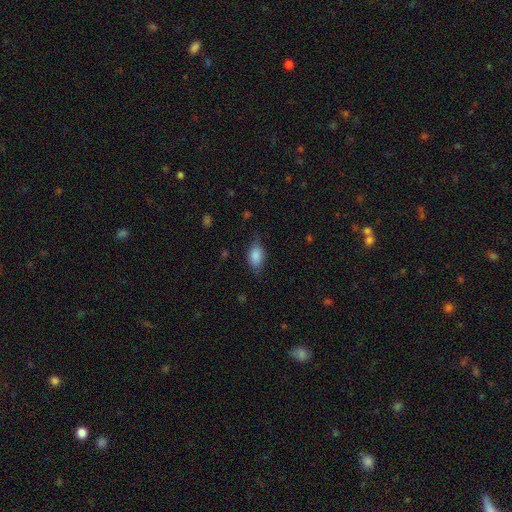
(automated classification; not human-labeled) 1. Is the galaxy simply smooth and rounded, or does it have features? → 84% smooth, 9% featured or disk, 7% star or artifact.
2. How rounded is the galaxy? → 89% in between, 7% round, 4% cigar-shaped.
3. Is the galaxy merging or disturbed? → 66% none, 26% minor disturbance, 7% major disturbance, 1% merger.